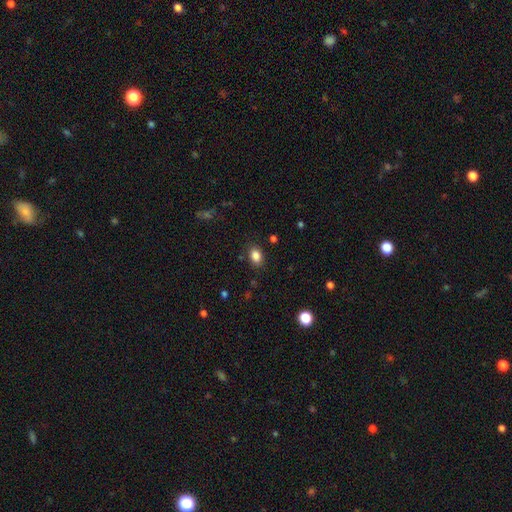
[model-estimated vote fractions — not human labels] Smooth or featured? smooth (85%)
How rounded? in between (77%)
Merging? none (84%)